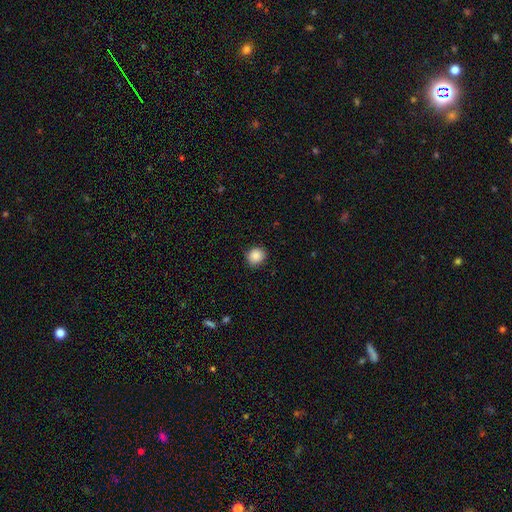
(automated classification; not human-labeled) A smooth galaxy with no disk features (87%) that is round (84%).

Vote fractions:
- Smooth or featured? smooth: 87% / star or artifact: 9% / featured or disk: 4%
- How rounded? round: 84% / in between: 15% / cigar-shaped: 1%
- Merging? none: 86% / minor disturbance: 11% / major disturbance: 2% / merger: 1%